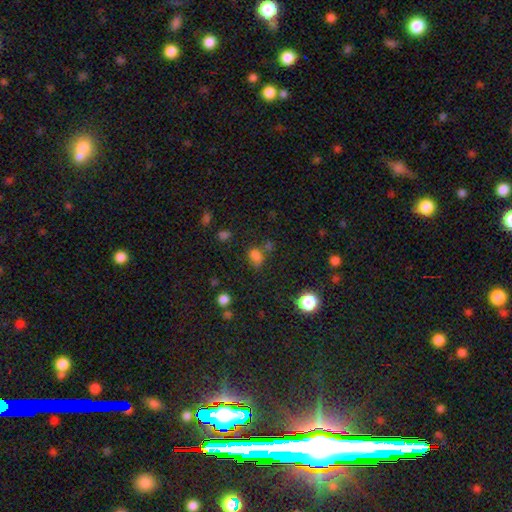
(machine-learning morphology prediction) smooth 67%, star or artifact 24%, featured or disk 9%. Down the decision tree: how rounded — in between (57%); merging — none (47%).